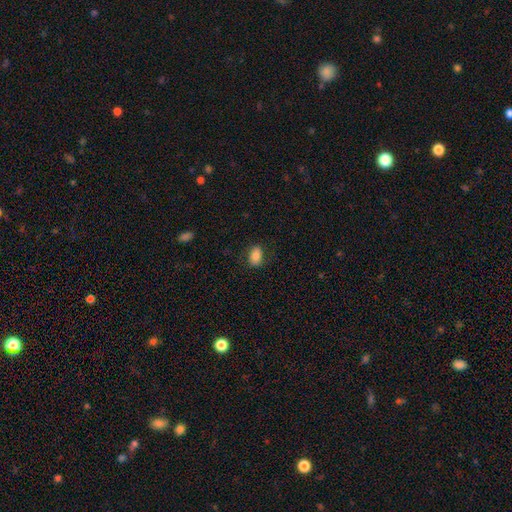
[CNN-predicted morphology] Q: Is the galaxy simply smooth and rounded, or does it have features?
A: smooth — 85%.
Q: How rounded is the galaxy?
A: in between — 86%.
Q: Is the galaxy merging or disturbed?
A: none — 82%.